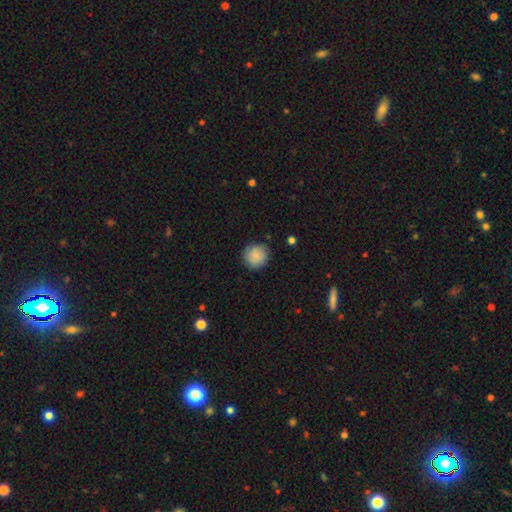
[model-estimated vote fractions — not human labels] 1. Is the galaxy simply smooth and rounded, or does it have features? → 84% smooth, 8% featured or disk, 7% star or artifact.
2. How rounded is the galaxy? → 90% round, 9% in between, 1% cigar-shaped.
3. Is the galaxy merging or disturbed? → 84% none, 12% minor disturbance, 3% major disturbance, 1% merger.